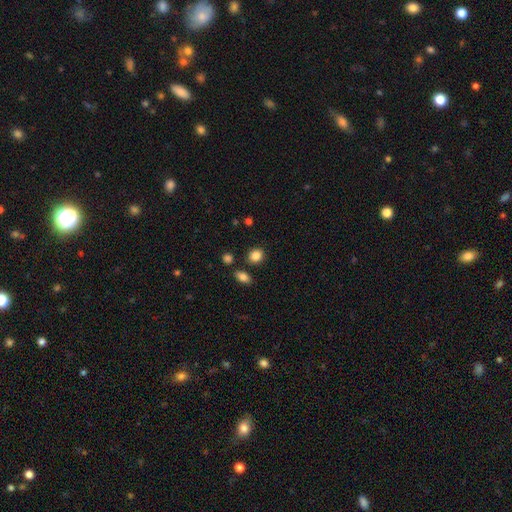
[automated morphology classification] smooth 85%, star or artifact 10%, featured or disk 5%. Down the decision tree: how rounded — round (66%); merging — none (82%).